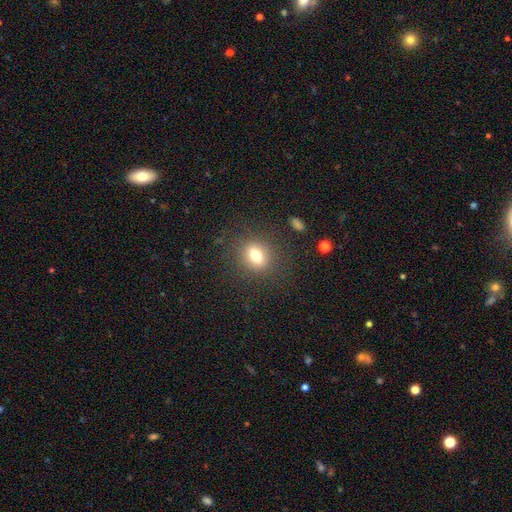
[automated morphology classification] A smooth galaxy with no disk features (75%) that is round (50%).

Vote fractions:
- Smooth or featured? smooth: 75% / featured or disk: 14% / star or artifact: 12%
- How rounded? round: 50% / in between: 47% / cigar-shaped: 2%
- Merging? none: 84% / minor disturbance: 9% / major disturbance: 5% / merger: 1%